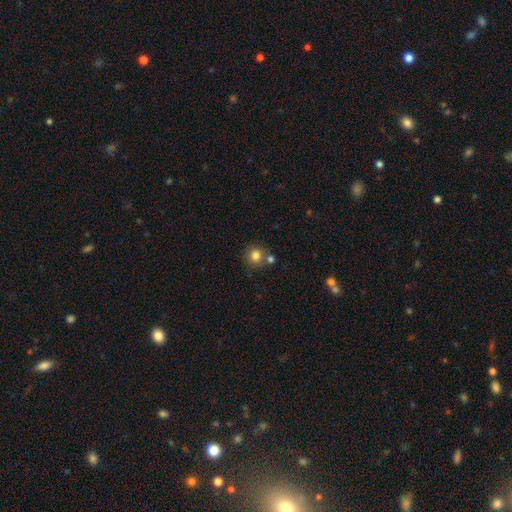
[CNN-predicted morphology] Smooth or featured: smooth — 82% (star or artifact — 11%)
How rounded: round — 89% (in between — 10%)
Merging: none — 67% (merger — 20%)